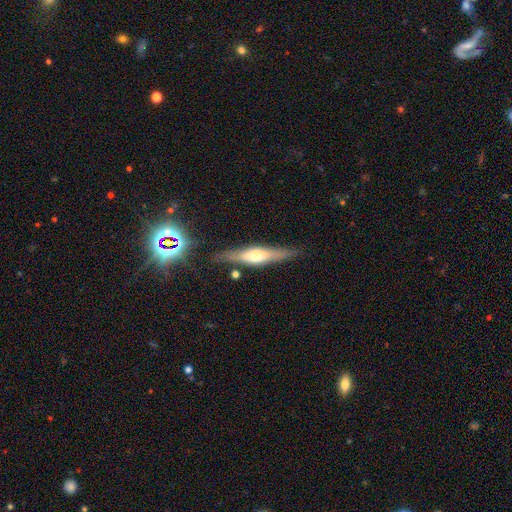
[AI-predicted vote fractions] Smooth or featured?
  - featured or disk: 59% *
  - smooth: 34%
  - star or artifact: 7%
Edge-on disk?
  - yes: 93% *
  - no: 7%
Edge-on bulge?
  - rounded: 74% *
  - boxy: 19%
  - none: 8%
Merging?
  - none: 80% *
  - minor disturbance: 13%
  - major disturbance: 4%
  - merger: 3%